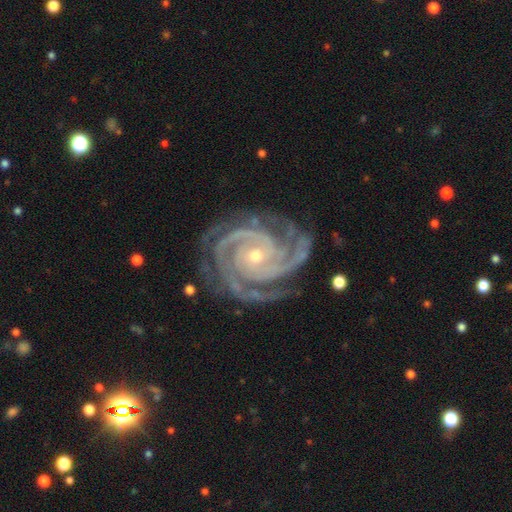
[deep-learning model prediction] This is clearly a featured or disk galaxy (94%). It is clearly not viewed edge-on (98%). Bar: likely no (71%). Spiral arm pattern: clearly yes (99%). Spiral arm count: marginally 3 (38%). Spiral winding: likely tight (77%). Central bulge: likely small (64%). Merging: likely none (75%).